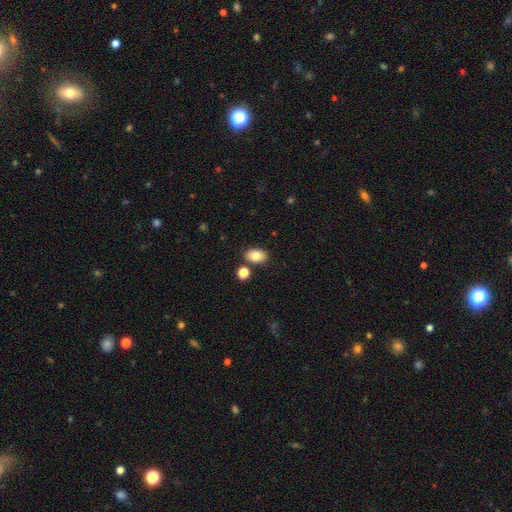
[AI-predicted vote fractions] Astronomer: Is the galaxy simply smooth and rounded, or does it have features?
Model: smooth — 81%.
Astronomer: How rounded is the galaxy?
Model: in between — 87%.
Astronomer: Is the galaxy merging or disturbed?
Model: none — 81%.